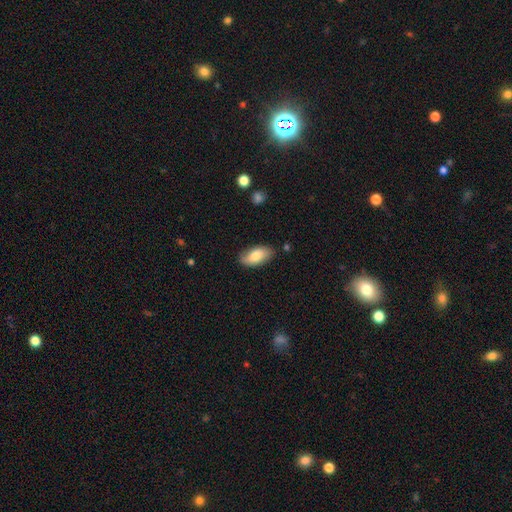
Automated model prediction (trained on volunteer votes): smooth-or-featured: smooth: 76% | featured or disk: 17% | star or artifact: 6%
  how-rounded: in between: 93% | cigar-shaped: 4% | round: 3%
  merging: none: 80% | minor disturbance: 15% | major disturbance: 3% | merger: 2%